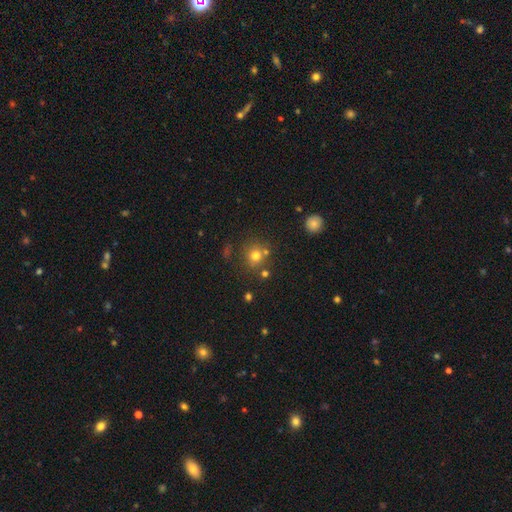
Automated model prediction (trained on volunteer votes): smooth_or_featured: smooth (p=0.73) [alt: star or artifact p=0.17]
how_rounded: round (p=0.87) [alt: in between p=0.12]
merging: none (p=0.72) [alt: merger p=0.13]